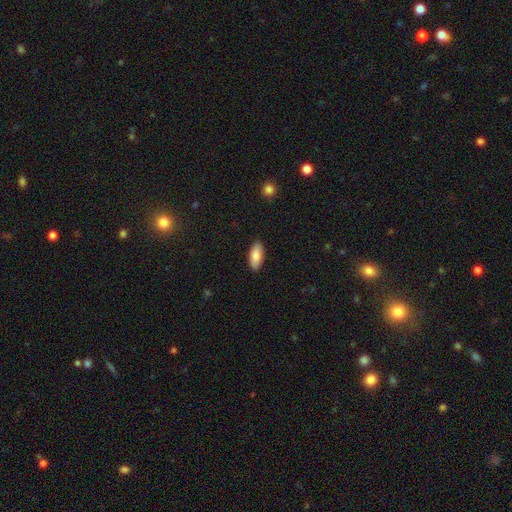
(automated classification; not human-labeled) Smooth or featured? smooth (86%)
How rounded? in between (86%)
Merging? none (89%)